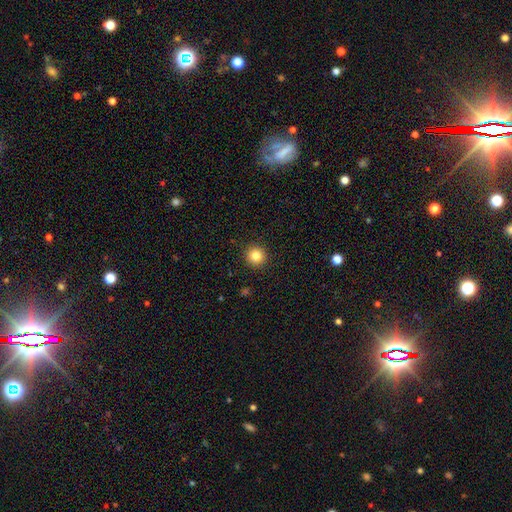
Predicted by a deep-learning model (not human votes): Overall: smooth (84%). How rounded: round (95%). Merging: none (93%).